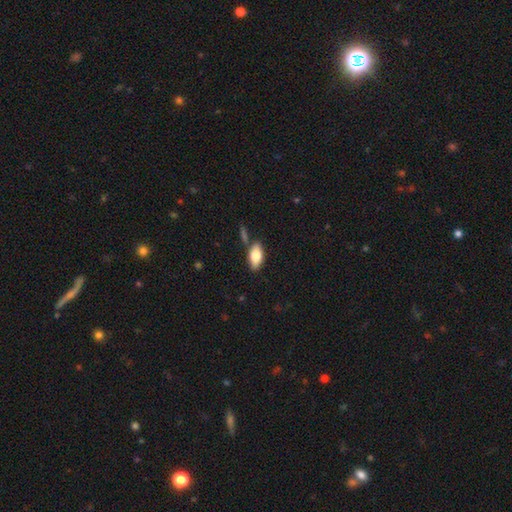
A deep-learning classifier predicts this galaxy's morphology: A smooth galaxy with no disk features (78%) that is in between round and cigar-shaped (90%). Merging: none (75%).